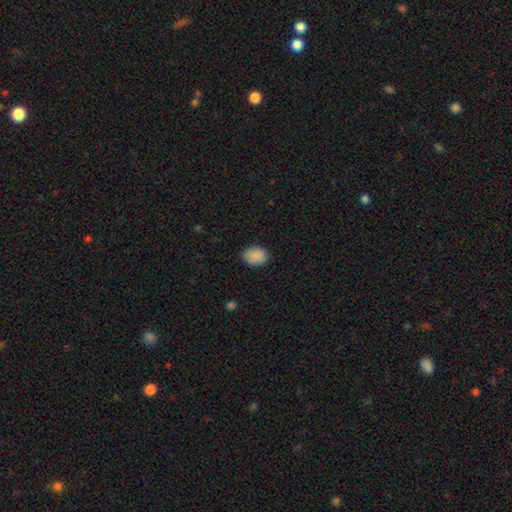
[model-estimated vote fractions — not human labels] Morphology: type=smooth (90%); roundness=in between (71%); merging=none (86%).